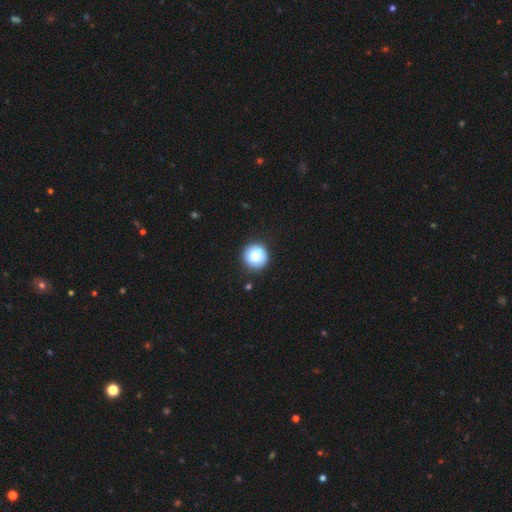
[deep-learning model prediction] Smooth or featured? smooth (84%)
How rounded? round (95%)
Merging? none (87%)